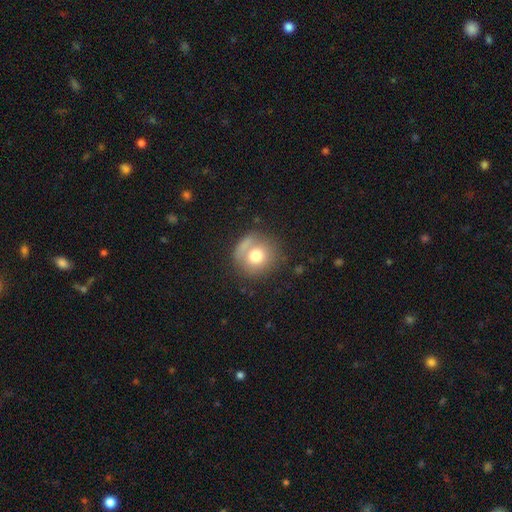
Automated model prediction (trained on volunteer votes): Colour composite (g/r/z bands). It shows a smooth galaxy with no disk features (73%) that is round (88%). Merging: none (62%).